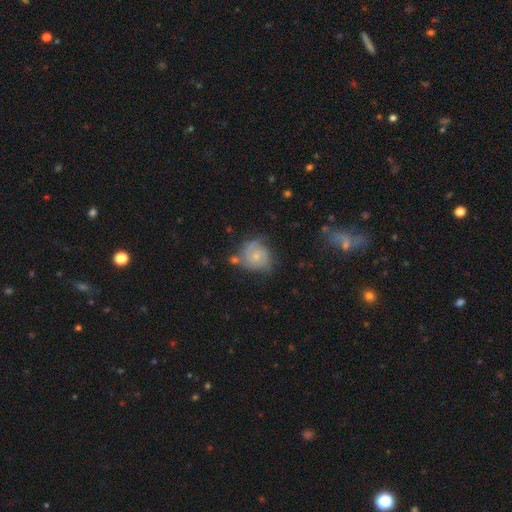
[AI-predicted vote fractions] The model was most divided on "smooth or featured": featured or disk: 55%, smooth: 36%, star or artifact: 8%. More confident: edge-on disk — no (97%); spiral arms — yes (82%); bar — no (77%); bulge size — small (61%); merging — none (54%).